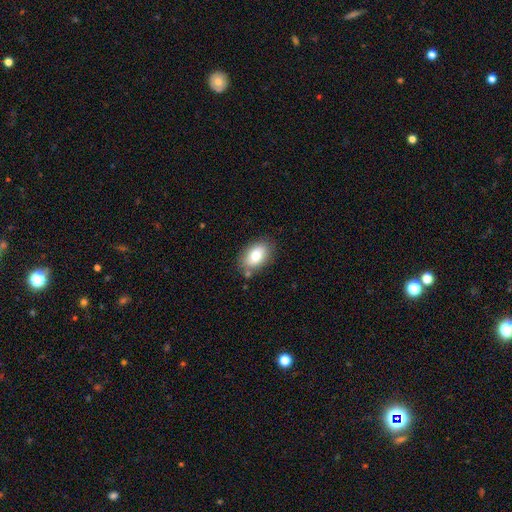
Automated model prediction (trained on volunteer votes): Smooth or featured?
  - smooth: 77% *
  - featured or disk: 15%
  - star or artifact: 8%
How rounded?
  - in between: 88% *
  - round: 11%
  - cigar-shaped: 1%
Merging?
  - none: 80% *
  - minor disturbance: 14%
  - merger: 4%
  - major disturbance: 3%